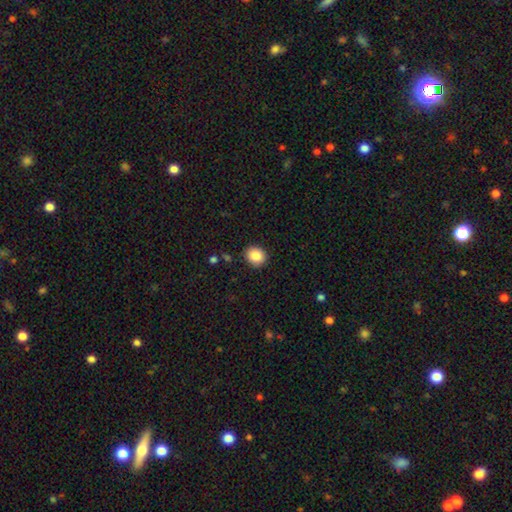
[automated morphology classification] smooth_or_featured: smooth (p=0.86) [alt: star or artifact p=0.09]
how_rounded: round (p=0.77) [alt: in between p=0.22]
merging: none (p=0.90) [alt: minor disturbance p=0.07]